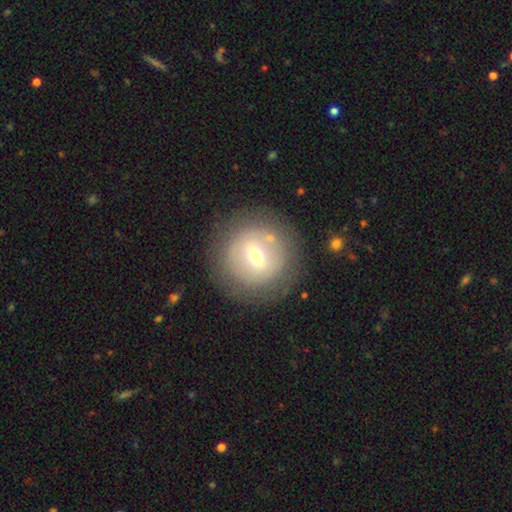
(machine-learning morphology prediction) Smooth or featured? smooth (48%)
Merging? none (83%)